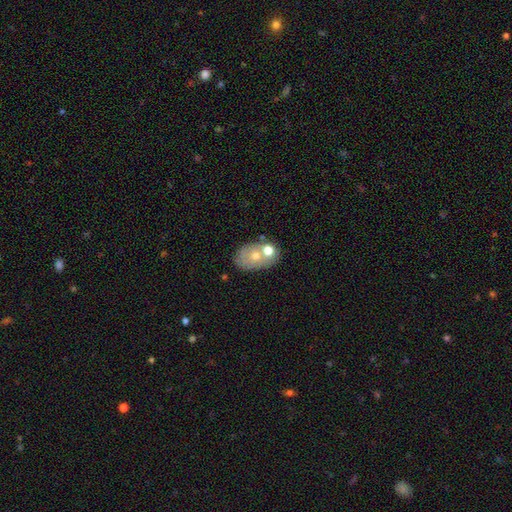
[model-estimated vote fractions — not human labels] This is possibly a smooth galaxy (56%). How rounded: clearly in between (81%). Merging: possibly none (51%).